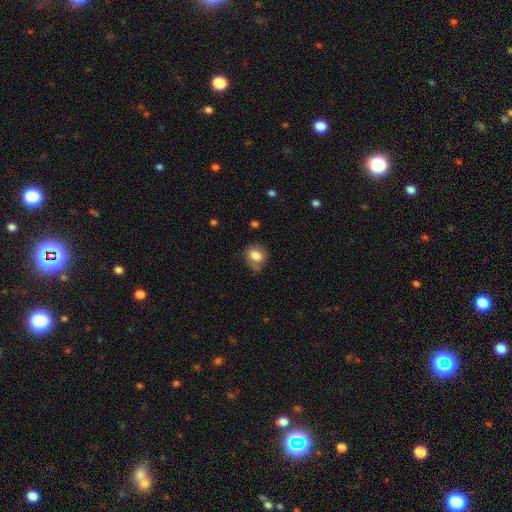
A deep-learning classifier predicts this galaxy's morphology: Smooth or featured: smooth — 76% (featured or disk — 15%)
How rounded: round — 61% (in between — 38%)
Merging: none — 63% (minor disturbance — 26%)